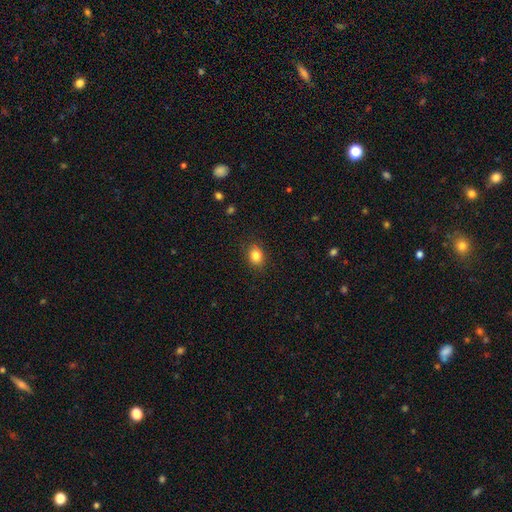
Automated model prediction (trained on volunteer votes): smooth 84%, star or artifact 10%, featured or disk 6%. Down the decision tree: how rounded — in between (56%); merging — none (88%).